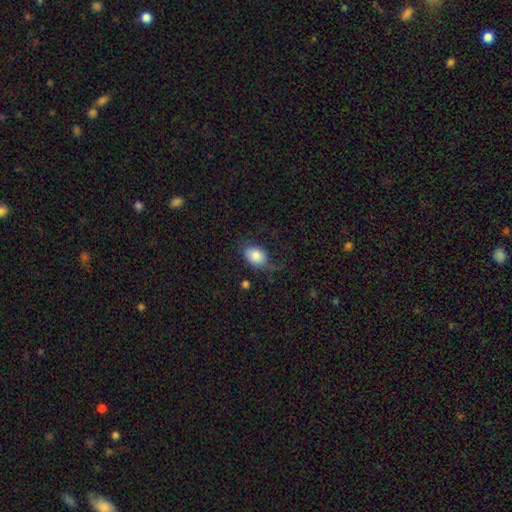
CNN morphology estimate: This is clearly a smooth galaxy (80%). How rounded: likely in between (77%). Merging: possibly none (51%).